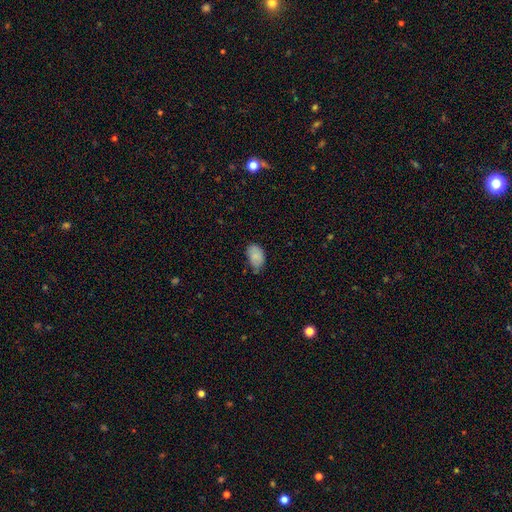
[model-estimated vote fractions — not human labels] A smooth galaxy with no disk features (85%) that is in between round and cigar-shaped (90%). Merging: none (62%).